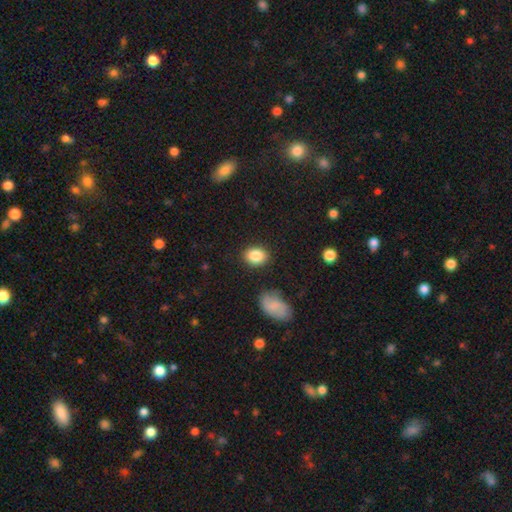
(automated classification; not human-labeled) A smooth galaxy with no disk features (86%) that is in between round and cigar-shaped (56%). Merging: none (85%).